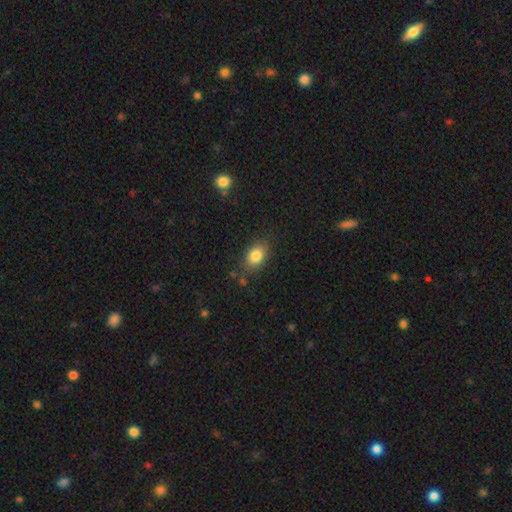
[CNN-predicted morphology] A smooth galaxy with no disk features (83%) that is in between round and cigar-shaped (82%). Merging: none (80%).